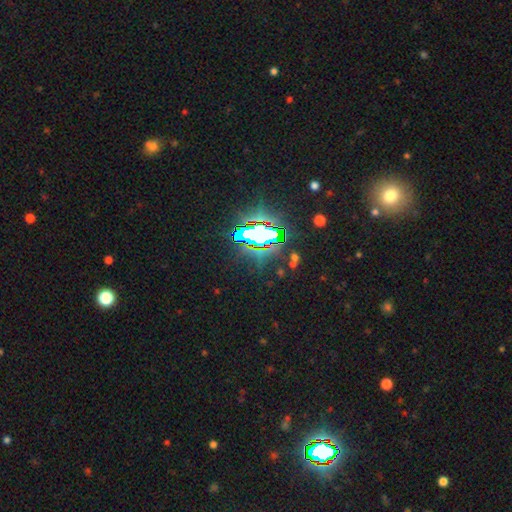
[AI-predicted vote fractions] Smooth or featured? star or artifact (81%)